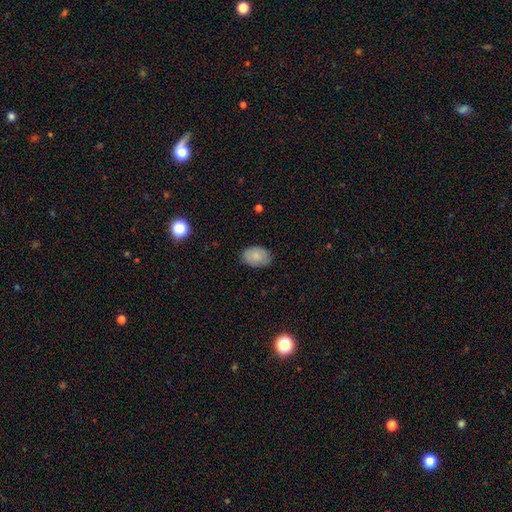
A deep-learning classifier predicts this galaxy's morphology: smooth 79%, featured or disk 14%, star or artifact 7%. Down the decision tree: how rounded — in between (83%); merging — none (80%).